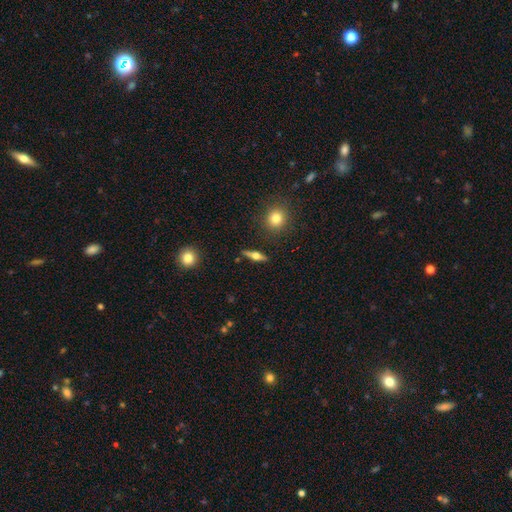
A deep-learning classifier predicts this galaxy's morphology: type=featured or disk (59%); edge-on=yes (94%); edge-on bulge=rounded (94%); merging=none (87%).